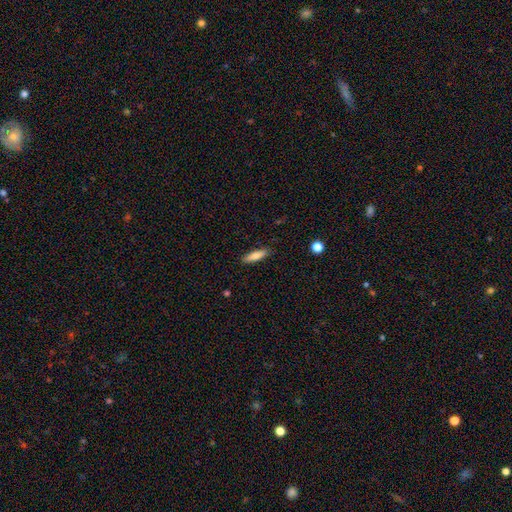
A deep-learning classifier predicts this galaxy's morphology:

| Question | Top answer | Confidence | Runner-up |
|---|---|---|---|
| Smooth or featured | smooth | 75% | featured or disk (18%) |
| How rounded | cigar-shaped | 68% | in between (30%) |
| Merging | none | 88% | minor disturbance (9%) |